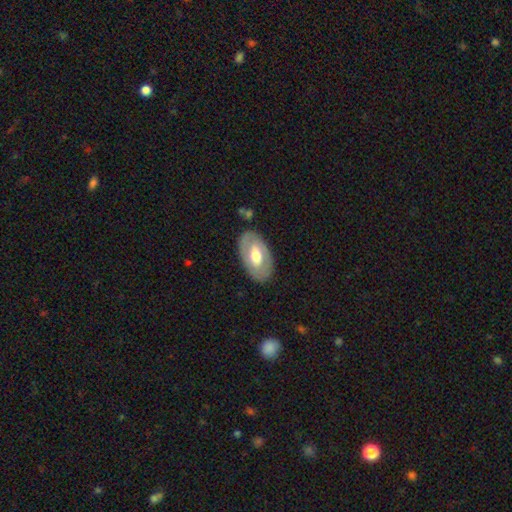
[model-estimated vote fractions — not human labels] This is possibly a featured or disk galaxy (52%). It is clearly not viewed edge-on (89%). Merging: clearly none (83%).